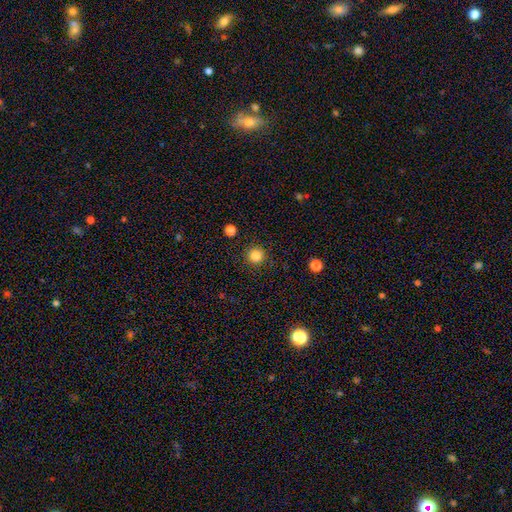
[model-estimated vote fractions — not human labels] Overall: smooth (84%). How rounded: round (96%). Merging: none (91%).